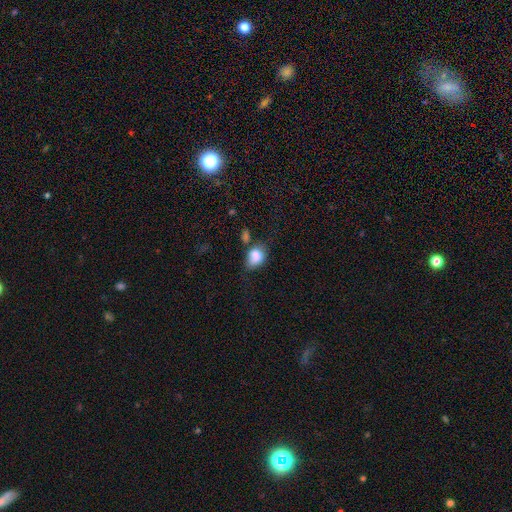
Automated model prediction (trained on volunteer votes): This appears to be a smooth galaxy with no disk features (82%) that is in between round and cigar-shaped (69%). Merging: none (40%).